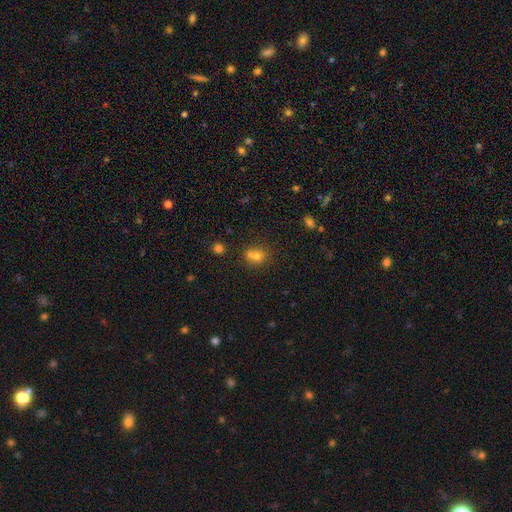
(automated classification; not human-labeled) Morphology: type=smooth (67%); roundness=round (74%); merging=merger (46%).